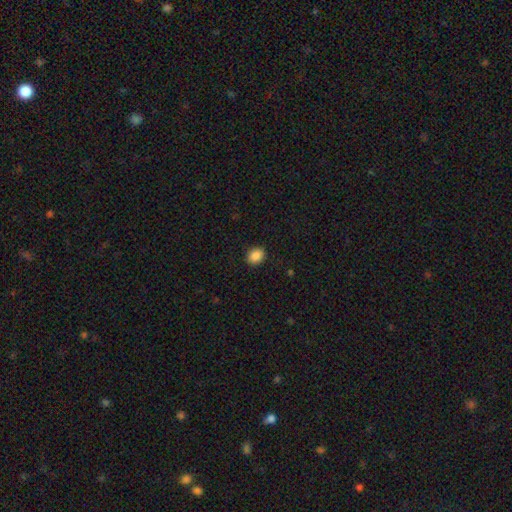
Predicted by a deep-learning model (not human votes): Smooth or featured: smooth — 88% (star or artifact — 9%)
How rounded: round — 52% (in between — 47%)
Merging: none — 90% (minor disturbance — 7%)